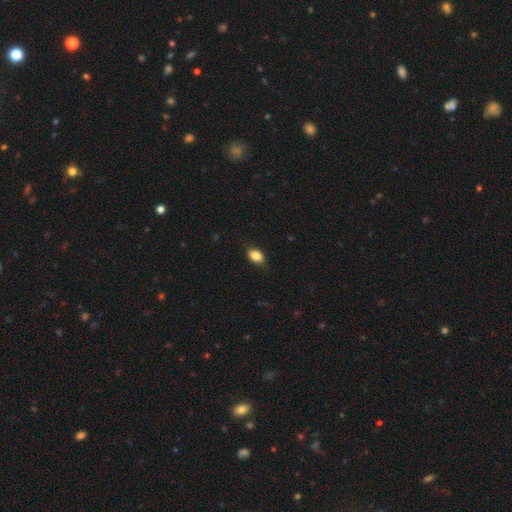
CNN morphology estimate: A smooth galaxy with no disk features (86%) that is in between round and cigar-shaped (83%). Merging: none (83%).